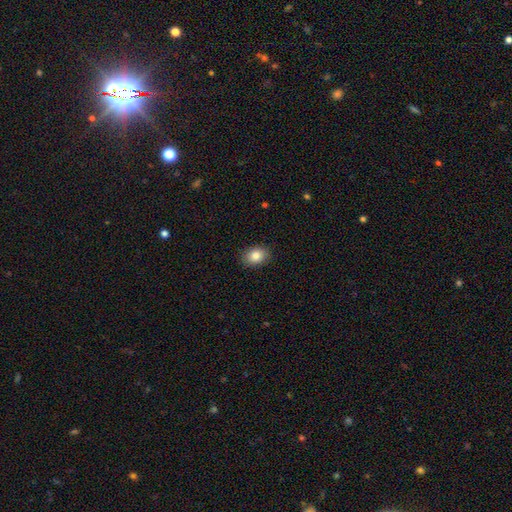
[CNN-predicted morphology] A smooth galaxy with no disk features (84%) that is in between round and cigar-shaped (70%). Merging: none (89%).